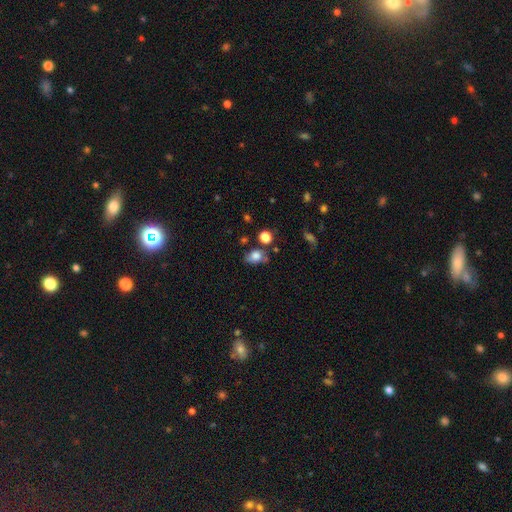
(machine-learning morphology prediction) This is likely a smooth galaxy (74%). How rounded: likely in between (65%). Merging: possibly none (54%).